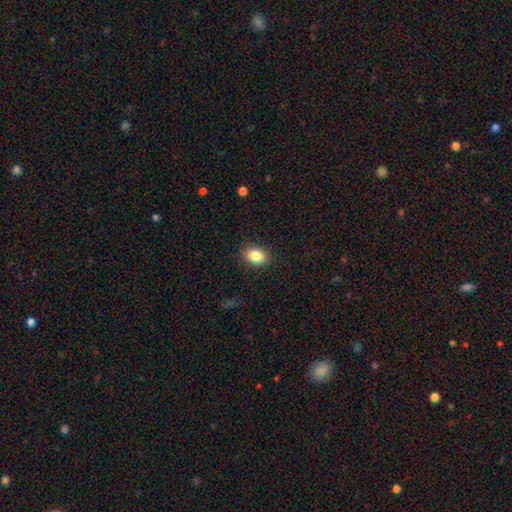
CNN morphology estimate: Smooth or featured: smooth — 86% (star or artifact — 8%)
How rounded: in between — 79% (round — 19%)
Merging: none — 88% (minor disturbance — 9%)